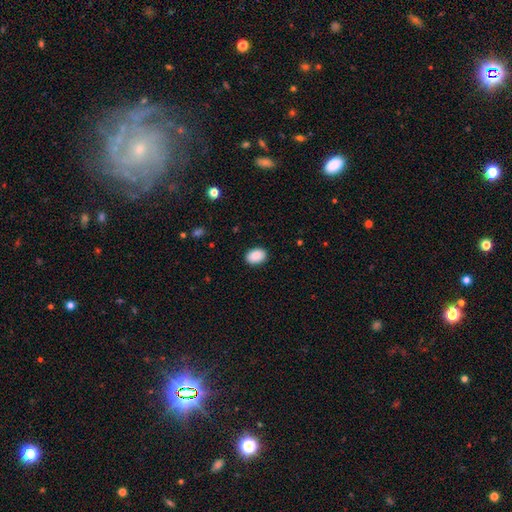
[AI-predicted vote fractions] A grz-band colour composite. It shows a smooth galaxy with no disk features (91%) that is in between round and cigar-shaped (81%). Merging: none (89%).